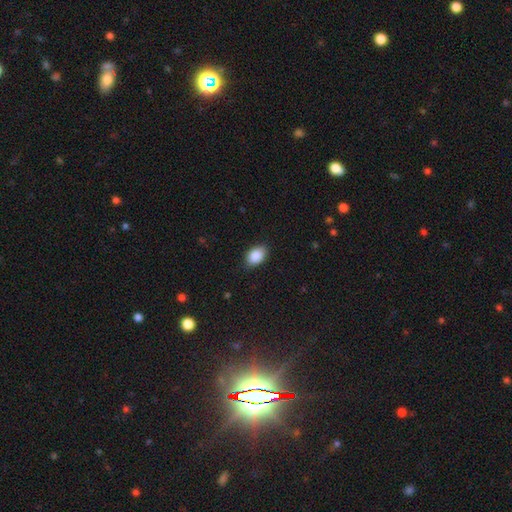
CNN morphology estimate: The model was most divided on "merging": none: 86%, minor disturbance: 11%, major disturbance: 2%, merger: 1%. More confident: smooth or featured — smooth (89%); how rounded — in between (89%).